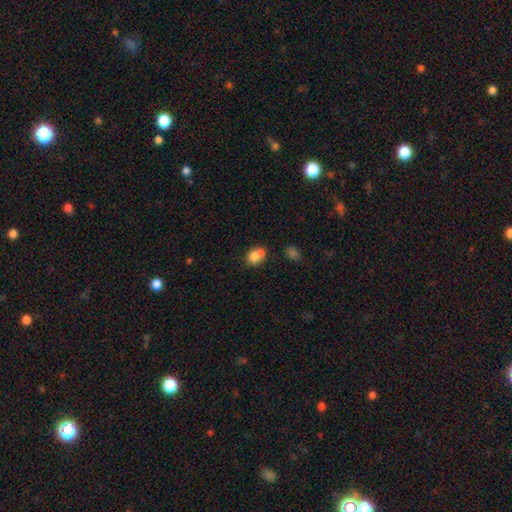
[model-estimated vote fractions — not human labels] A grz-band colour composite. It shows a smooth galaxy with no disk features (78%) that is round (52%). Merging: none (41%).